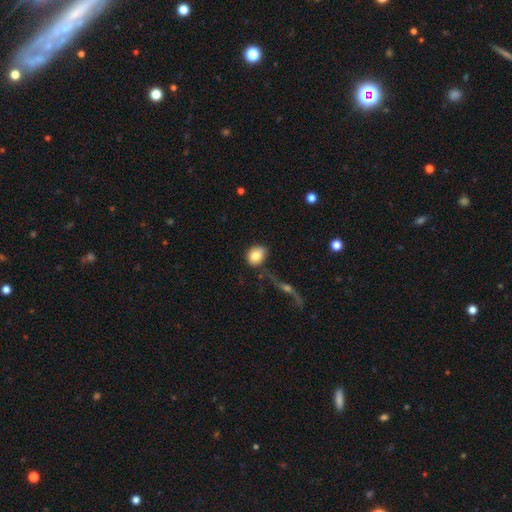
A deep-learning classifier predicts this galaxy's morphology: Q: Smooth or featured?
A: smooth (81%); runner-up: featured or disk (12%)
Q: How rounded?
A: round (51%); runner-up: in between (47%)
Q: Merging?
A: none (66%); runner-up: minor disturbance (17%)